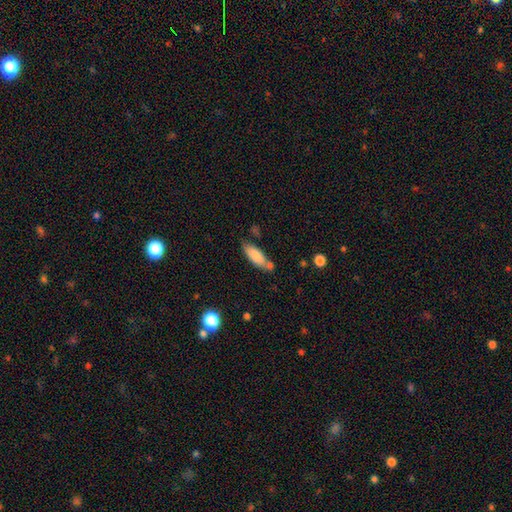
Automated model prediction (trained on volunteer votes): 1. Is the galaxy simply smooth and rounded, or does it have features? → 81% smooth, 12% featured or disk, 7% star or artifact.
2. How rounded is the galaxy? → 63% in between, 35% cigar-shaped, 2% round.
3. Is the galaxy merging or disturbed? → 63% none, 19% minor disturbance, 13% merger, 5% major disturbance.